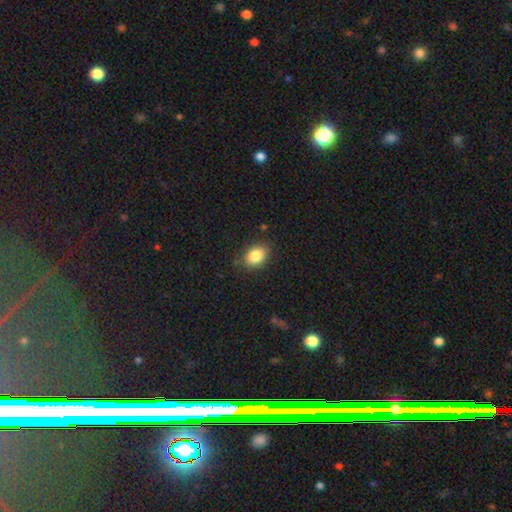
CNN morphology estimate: smooth 85%, star or artifact 8%, featured or disk 7%. Down the decision tree: how rounded — in between (78%); merging — none (84%).